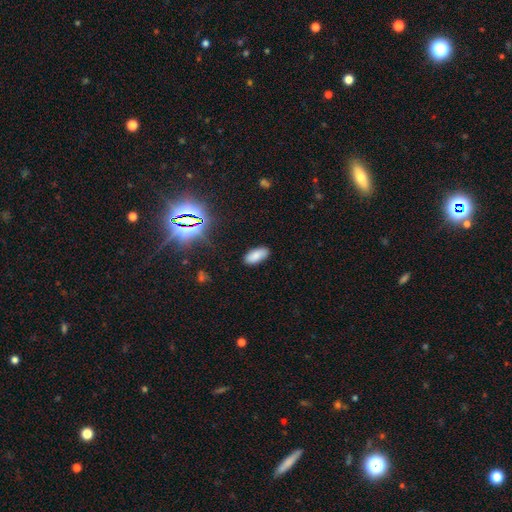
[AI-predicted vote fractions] smooth 79%, star or artifact 13%, featured or disk 8%. Down the decision tree: how rounded — in between (90%); merging — none (86%).